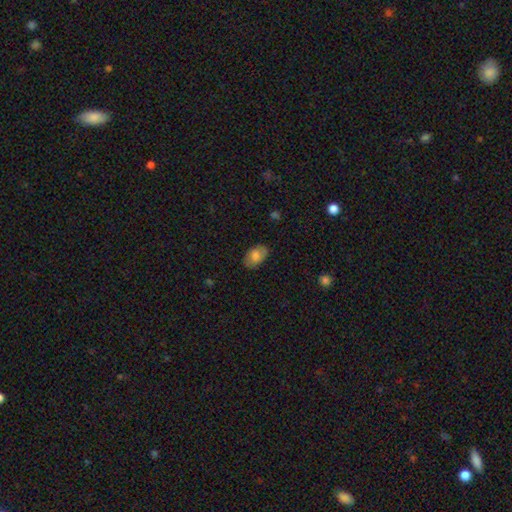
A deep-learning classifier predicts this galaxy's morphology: smooth-or-featured: smooth: 74% | featured or disk: 19% | star or artifact: 7%
  how-rounded: in between: 90% | round: 9% | cigar-shaped: 1%
  merging: none: 81% | minor disturbance: 14% | major disturbance: 3% | merger: 1%